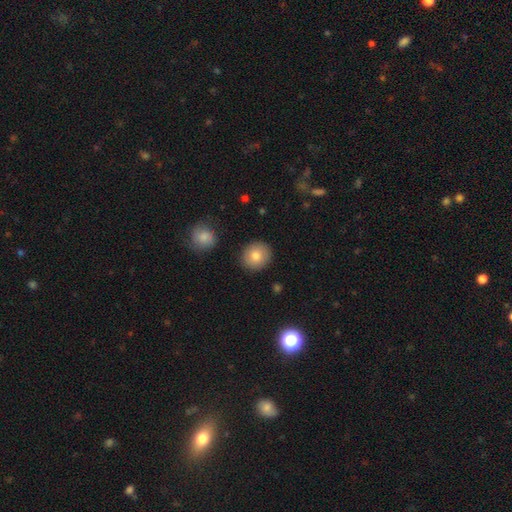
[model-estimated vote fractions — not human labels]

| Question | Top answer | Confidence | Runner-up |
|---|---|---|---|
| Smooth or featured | smooth | 82% | featured or disk (10%) |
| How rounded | round | 87% | in between (12%) |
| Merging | none | 90% | minor disturbance (7%) |